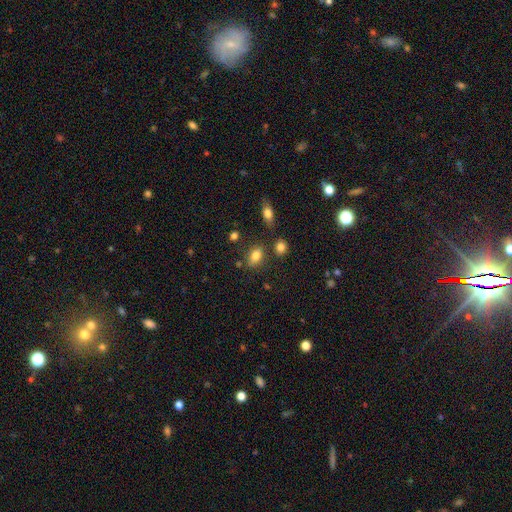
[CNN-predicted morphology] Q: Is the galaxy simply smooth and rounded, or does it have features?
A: smooth — 81%.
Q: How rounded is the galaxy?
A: in between — 81%.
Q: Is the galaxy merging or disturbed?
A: none — 75%.